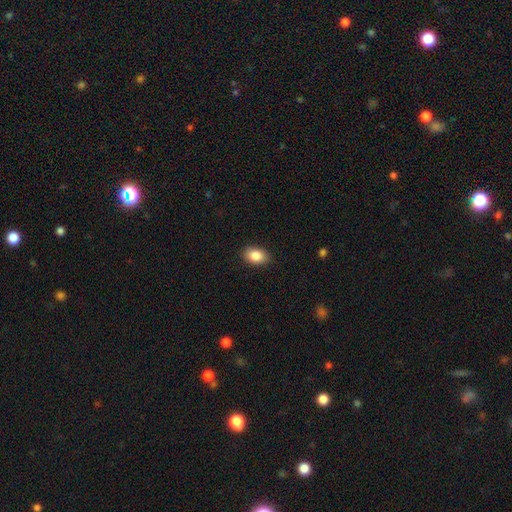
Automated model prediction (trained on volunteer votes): A smooth galaxy with no disk features (86%) that is in between round and cigar-shaped (86%).

Vote fractions:
- Smooth or featured? smooth: 86% / star or artifact: 8% / featured or disk: 6%
- How rounded? in between: 86% / round: 13% / cigar-shaped: 1%
- Merging? none: 88% / minor disturbance: 9% / major disturbance: 2% / merger: 1%